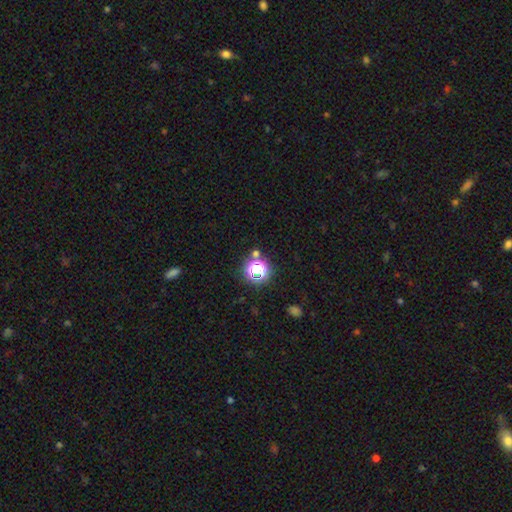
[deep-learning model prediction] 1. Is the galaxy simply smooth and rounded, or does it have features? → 61% star or artifact, 30% smooth, 9% featured or disk.